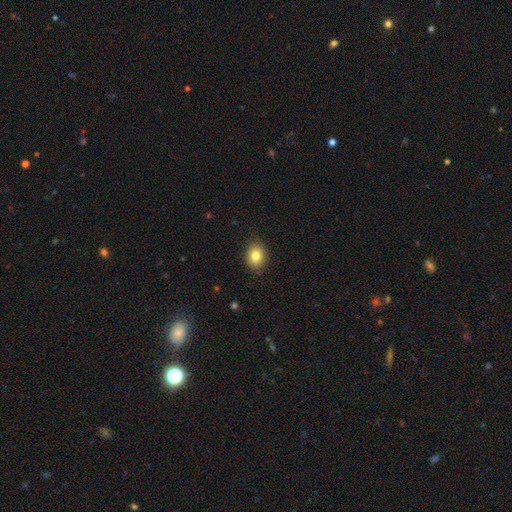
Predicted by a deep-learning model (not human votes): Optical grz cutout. It shows a smooth galaxy with no disk features (82%) that is in between round and cigar-shaped (50%). Merging: none (86%).